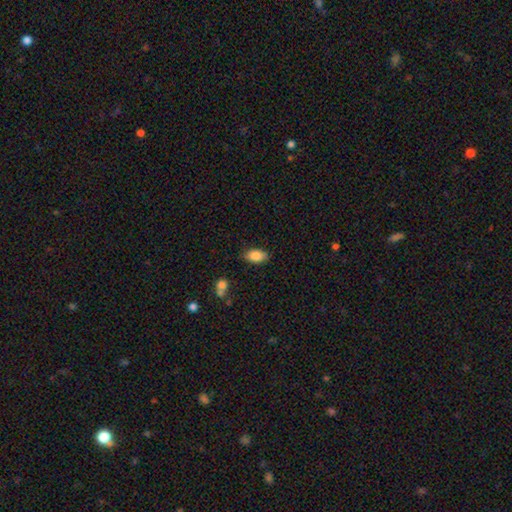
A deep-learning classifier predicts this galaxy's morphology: Q: Smooth or featured?
A: smooth (85%); runner-up: featured or disk (8%)
Q: How rounded?
A: in between (92%); runner-up: round (5%)
Q: Merging?
A: none (84%); runner-up: minor disturbance (12%)